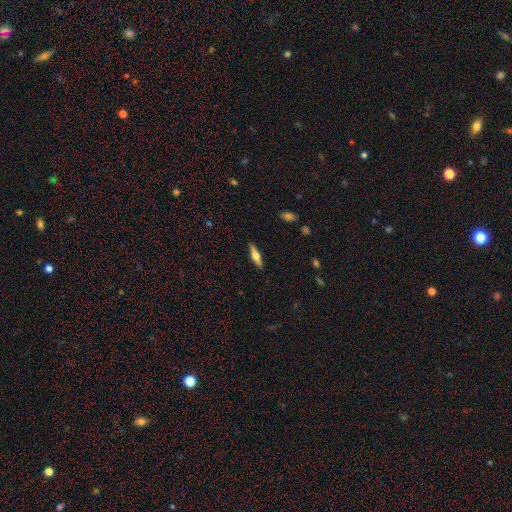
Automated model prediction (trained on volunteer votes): A featured or disk galaxy (53%) viewed edge-on (94%) with a rounded central bulge (92%).

Vote fractions:
- Smooth or featured? featured or disk: 53% / smooth: 40% / star or artifact: 6%
- Edge-on disk? yes: 94% / no: 6%
- Edge-on bulge? rounded: 92% / boxy: 5% / none: 3%
- Merging? none: 89% / minor disturbance: 8% / major disturbance: 2% / merger: 1%